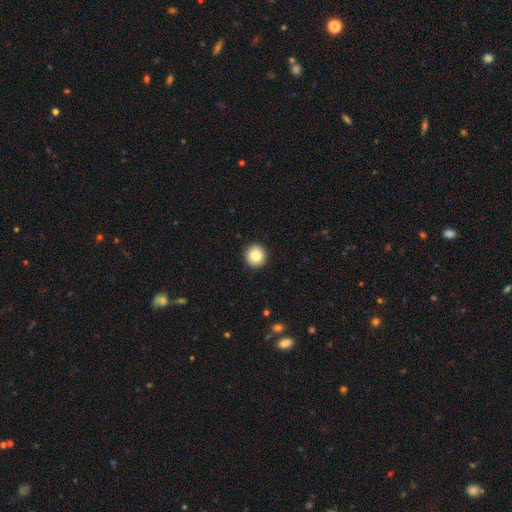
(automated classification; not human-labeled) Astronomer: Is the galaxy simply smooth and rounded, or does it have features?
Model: smooth — 85%.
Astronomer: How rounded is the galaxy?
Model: round — 92%.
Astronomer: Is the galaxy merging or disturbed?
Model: none — 92%.